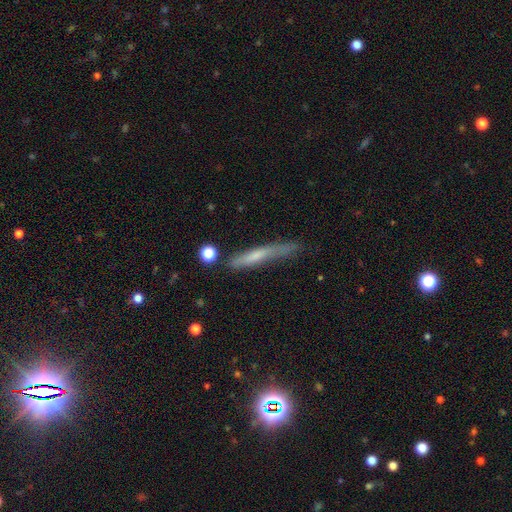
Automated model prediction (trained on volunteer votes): This appears to be a smooth galaxy with no disk features (53%) that is cigar-shaped (94%). Merging: none (66%).